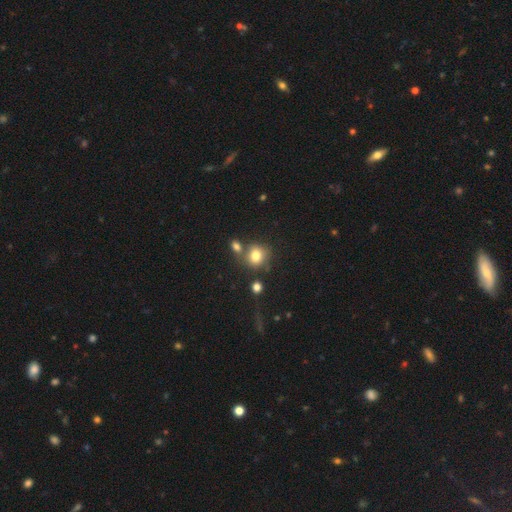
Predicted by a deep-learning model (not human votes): This is likely a smooth galaxy (79%). How rounded: likely round (77%). Merging: likely none (60%).